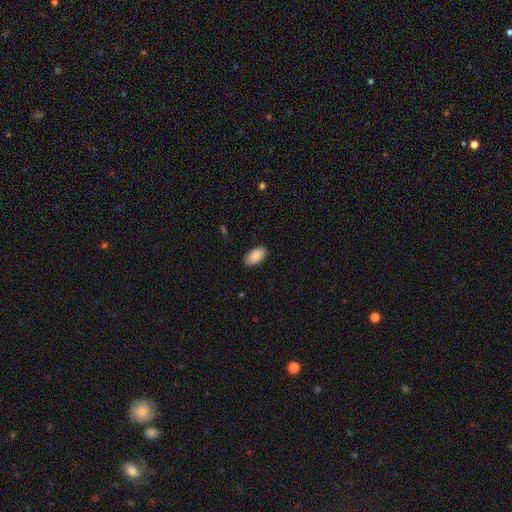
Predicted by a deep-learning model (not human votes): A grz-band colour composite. It shows a smooth galaxy with no disk features (88%) that is in between round and cigar-shaped (95%). Merging: none (88%).